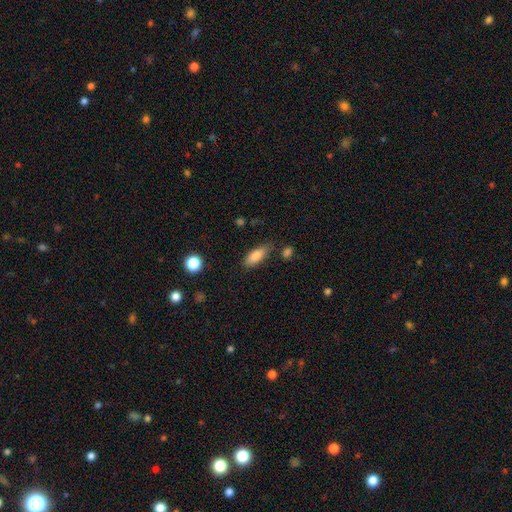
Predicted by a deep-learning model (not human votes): Smooth or featured: smooth — 83% (featured or disk — 9%)
How rounded: in between — 71% (cigar-shaped — 26%)
Merging: none — 73% (minor disturbance — 18%)